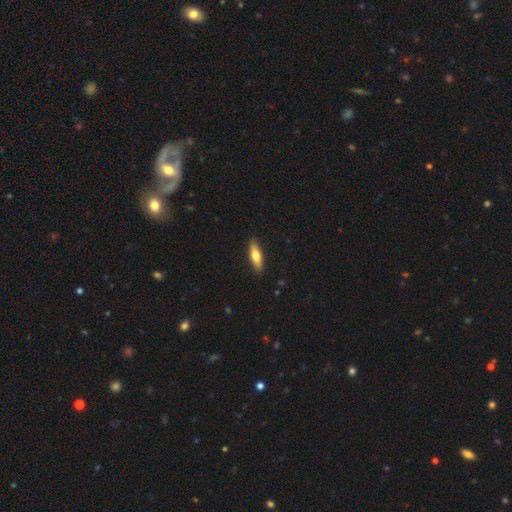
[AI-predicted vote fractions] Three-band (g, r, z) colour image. It shows a smooth galaxy with no disk features (67%) that is cigar-shaped (56%). Merging: none (89%).